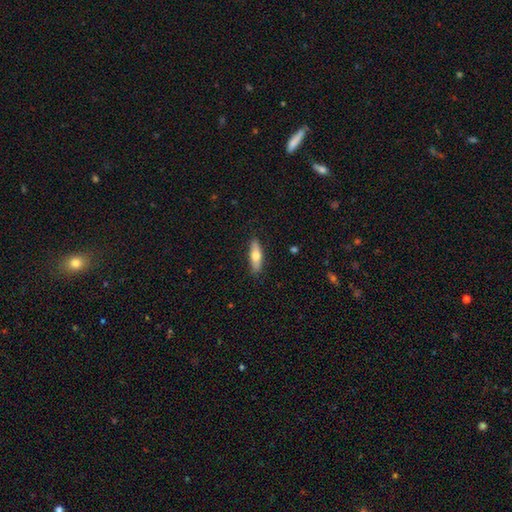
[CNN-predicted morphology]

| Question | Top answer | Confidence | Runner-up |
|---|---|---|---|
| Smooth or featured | smooth | 64% | featured or disk (30%) |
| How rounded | cigar-shaped | 53% | in between (44%) |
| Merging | none | 87% | minor disturbance (9%) |